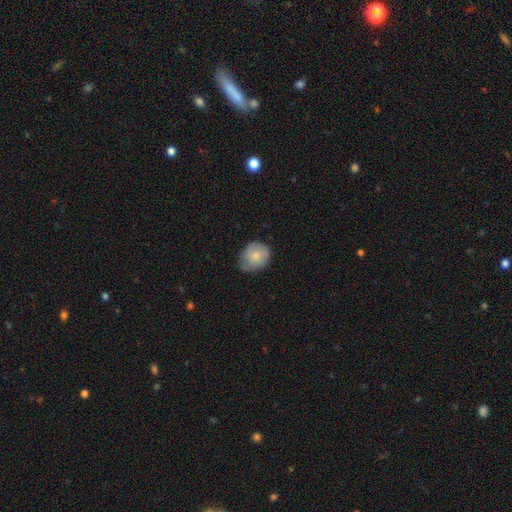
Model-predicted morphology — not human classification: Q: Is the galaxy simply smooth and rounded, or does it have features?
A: smooth — 80%.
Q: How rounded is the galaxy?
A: round — 73%.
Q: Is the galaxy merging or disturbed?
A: none — 60%.